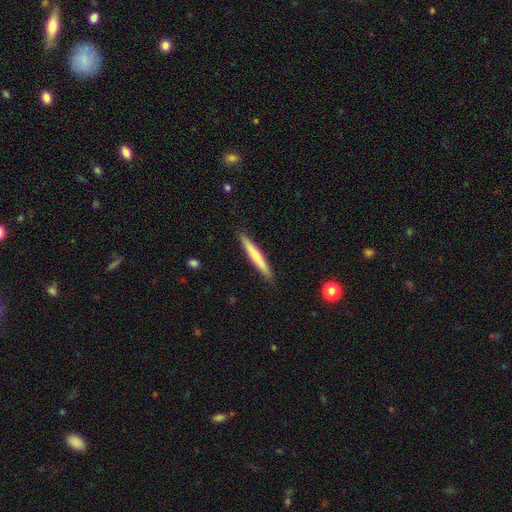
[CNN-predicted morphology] A smooth galaxy with no disk features (64%) that is cigar-shaped (95%).

Vote fractions:
- Smooth or featured? smooth: 64% / featured or disk: 31% / star or artifact: 5%
- How rounded? cigar-shaped: 95% / in between: 3% / round: 1%
- Merging? none: 91% / minor disturbance: 7% / major disturbance: 1% / merger: 1%